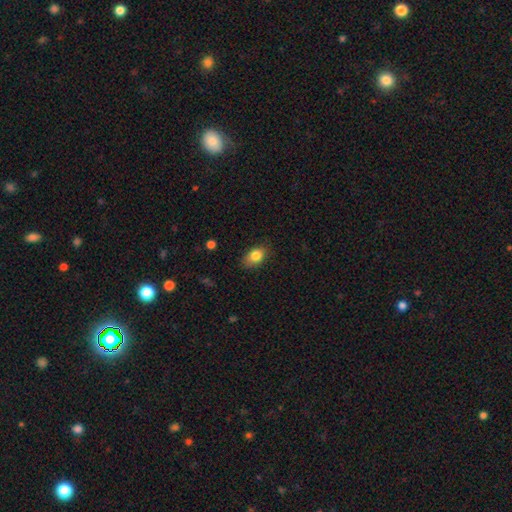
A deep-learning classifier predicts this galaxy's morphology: smooth 83%, featured or disk 9%, star or artifact 8%. Down the decision tree: how rounded — in between (81%); merging — none (80%).